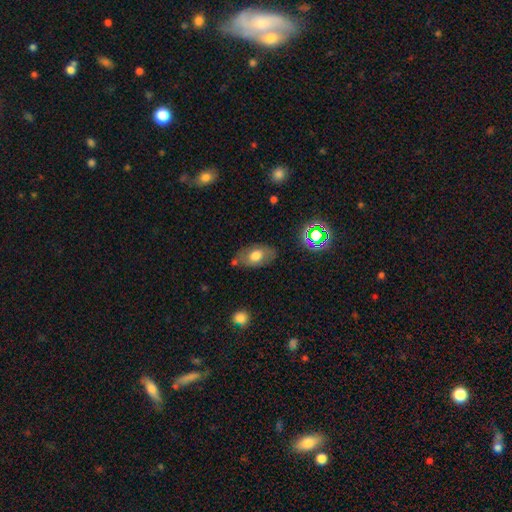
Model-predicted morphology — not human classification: This is likely a smooth galaxy (66%). How rounded: clearly in between (88%). Merging: likely none (73%).